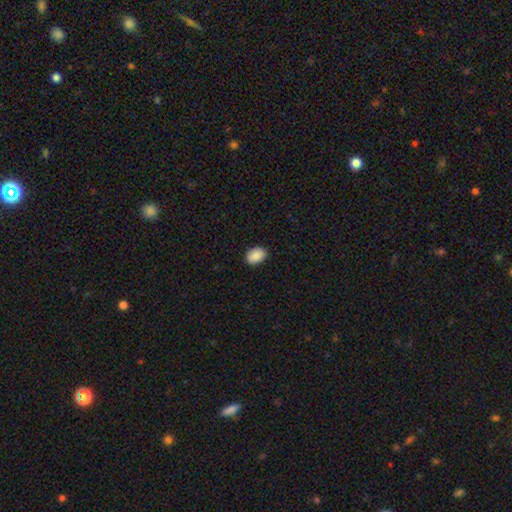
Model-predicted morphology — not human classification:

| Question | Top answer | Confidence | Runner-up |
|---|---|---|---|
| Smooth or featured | smooth | 89% | star or artifact (7%) |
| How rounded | in between | 83% | round (16%) |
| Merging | none | 89% | minor disturbance (9%) |